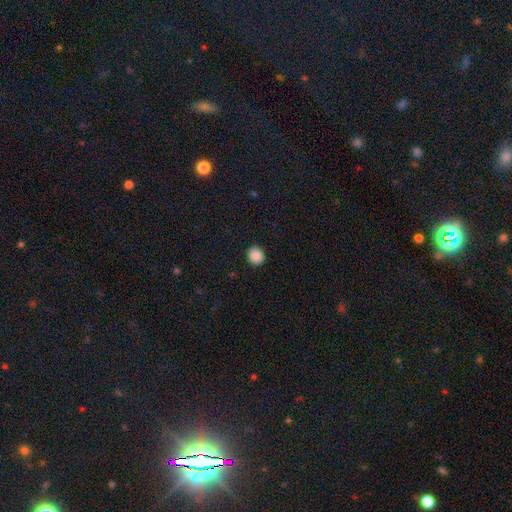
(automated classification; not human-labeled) smooth-or-featured: smooth: 89% | star or artifact: 9% | featured or disk: 3%
  how-rounded: round: 76% | in between: 23% | cigar-shaped: 1%
  merging: none: 87% | minor disturbance: 10% | major disturbance: 2% | merger: 1%